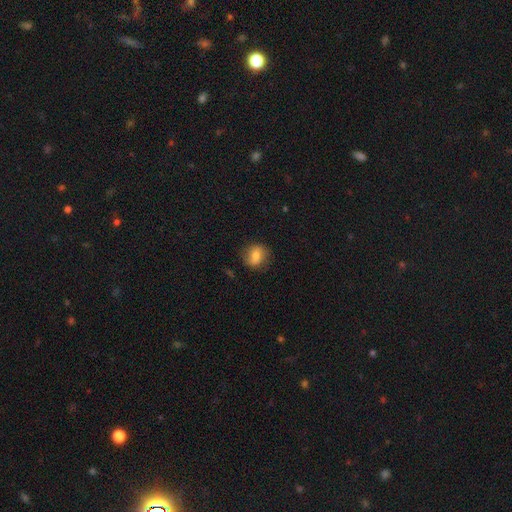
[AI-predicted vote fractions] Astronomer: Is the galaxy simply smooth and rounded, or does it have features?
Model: smooth — 67%.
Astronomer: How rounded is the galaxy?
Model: round — 66%.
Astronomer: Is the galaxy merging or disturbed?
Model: none — 78%.